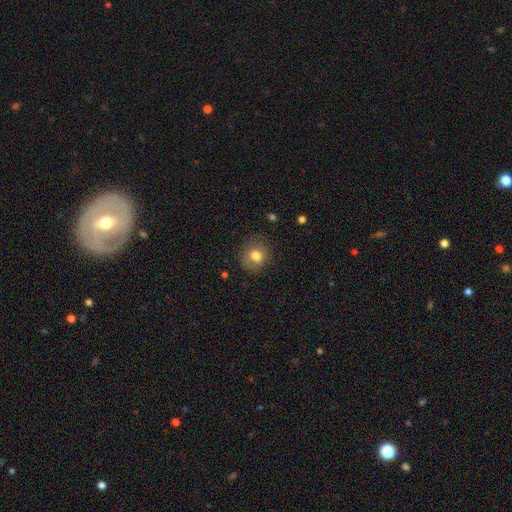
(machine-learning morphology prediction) Smooth or featured?
  - smooth: 77% *
  - featured or disk: 14%
  - star or artifact: 10%
How rounded?
  - round: 75% *
  - in between: 24%
  - cigar-shaped: 1%
Merging?
  - none: 76% *
  - minor disturbance: 17%
  - major disturbance: 6%
  - merger: 1%